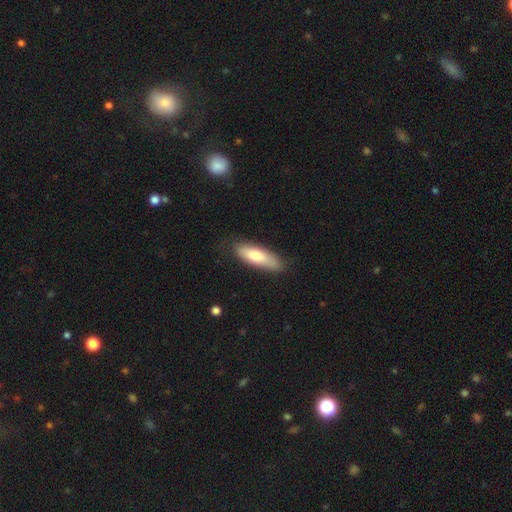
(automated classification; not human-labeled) A smooth galaxy with no disk features (74%) that is in between round and cigar-shaped (52%).

Vote fractions:
- Smooth or featured? smooth: 74% / featured or disk: 20% / star or artifact: 6%
- How rounded? in between: 52% / cigar-shaped: 47% / round: 2%
- Merging? none: 79% / minor disturbance: 16% / major disturbance: 3% / merger: 1%